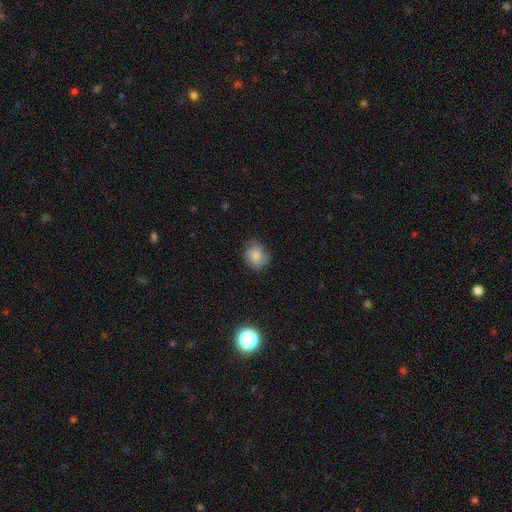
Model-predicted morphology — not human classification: A smooth galaxy with no disk features (80%) that is round (64%).

Vote fractions:
- Smooth or featured? smooth: 80% / featured or disk: 11% / star or artifact: 9%
- How rounded? round: 64% / in between: 35% / cigar-shaped: 1%
- Merging? none: 69% / minor disturbance: 25% / major disturbance: 5% / merger: 1%